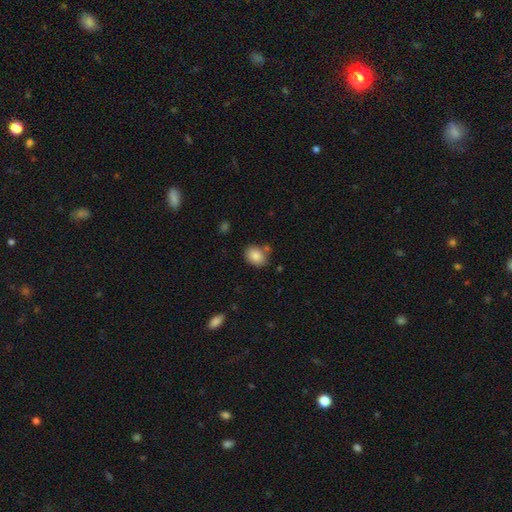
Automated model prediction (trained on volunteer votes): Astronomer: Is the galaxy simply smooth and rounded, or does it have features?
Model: smooth — 87%.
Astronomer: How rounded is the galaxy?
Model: in between — 60% (runner-up: round, 39%).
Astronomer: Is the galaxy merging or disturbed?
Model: none — 73%.